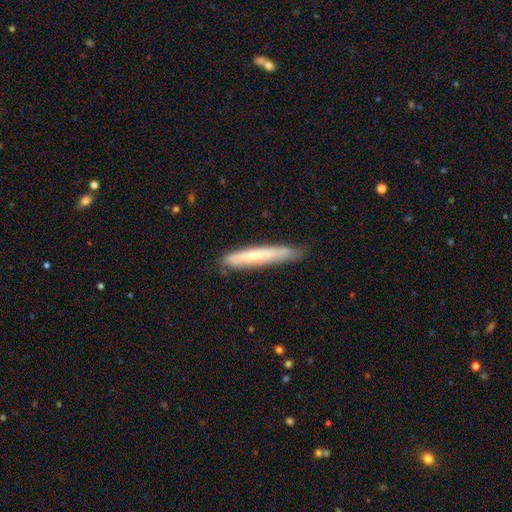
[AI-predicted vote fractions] Morphology: type=smooth (53%); roundness=cigar-shaped (93%); merging=none (74%).